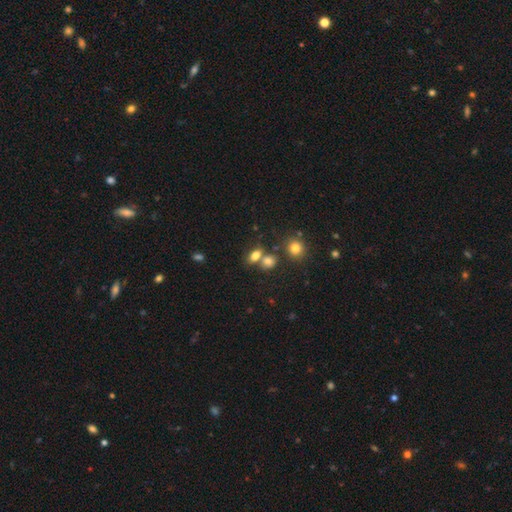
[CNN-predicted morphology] This appears to be a smooth galaxy with no disk features (77%) that is in between round and cigar-shaped (74%). Merging: none (49%).